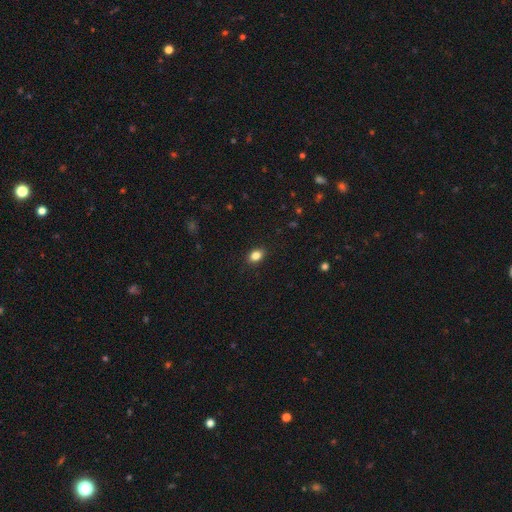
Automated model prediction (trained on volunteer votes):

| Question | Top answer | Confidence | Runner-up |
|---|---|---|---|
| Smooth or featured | smooth | 85% | star or artifact (10%) |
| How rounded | in between | 74% | round (25%) |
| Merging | none | 89% | minor disturbance (8%) |